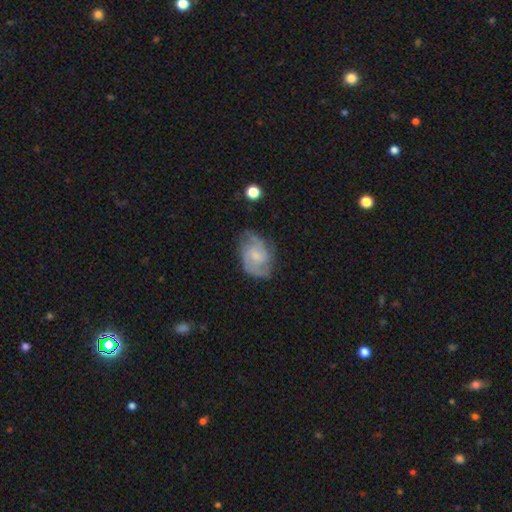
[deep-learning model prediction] Smooth or featured? featured or disk (78%)
Edge-on disk? no (98%)
Bar? weak (48%)
Spiral arms? yes (94%)
Spiral winding? medium (50%)
Spiral arm count? 2 (60%)
Bulge size? small (47%)
Merging? none (69%)